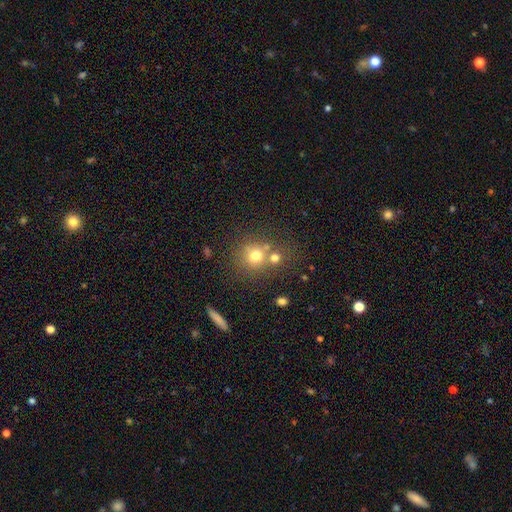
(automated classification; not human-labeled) This is likely a smooth galaxy (71%). How rounded: clearly round (87%). Merging: possibly none (55%).